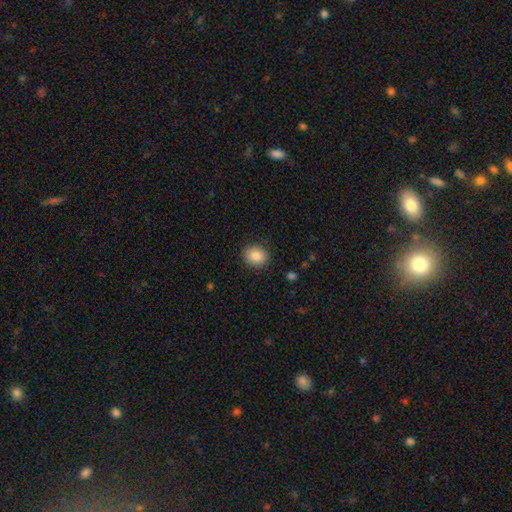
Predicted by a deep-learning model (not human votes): A smooth galaxy with no disk features (86%) that is round (70%). Merging: none (89%).